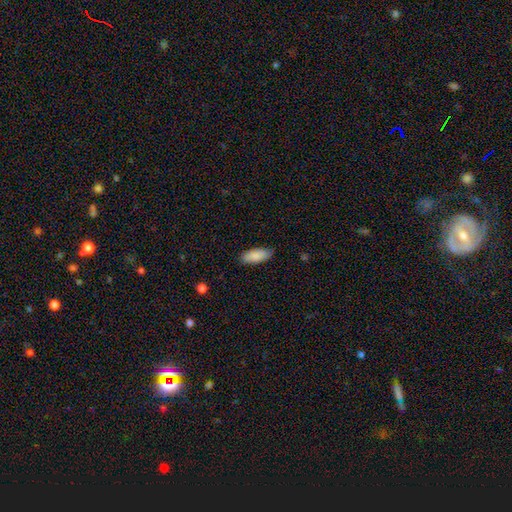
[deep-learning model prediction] Overall: smooth (88%). How rounded: in between (81%). Merging: none (83%).